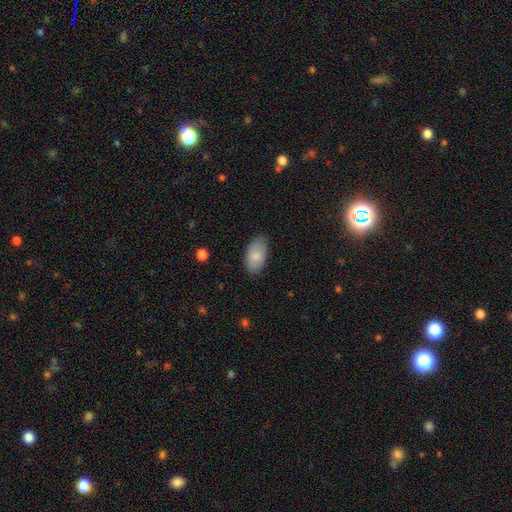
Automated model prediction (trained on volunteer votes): Overall: smooth (85%). How rounded: in between (95%). Merging: none (81%).